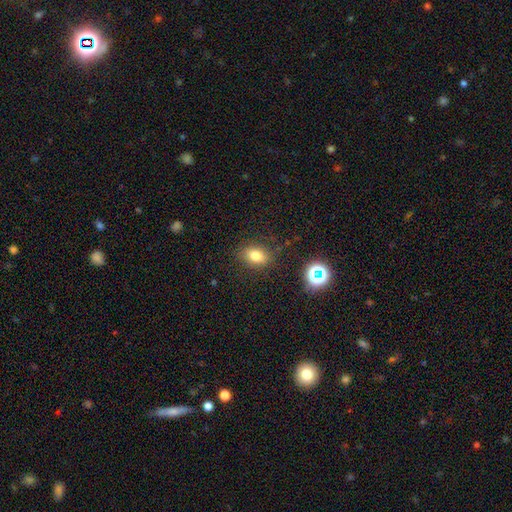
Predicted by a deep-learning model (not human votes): Smooth or featured: smooth — 77% (star or artifact — 14%)
How rounded: in between — 71% (round — 27%)
Merging: none — 83% (minor disturbance — 11%)